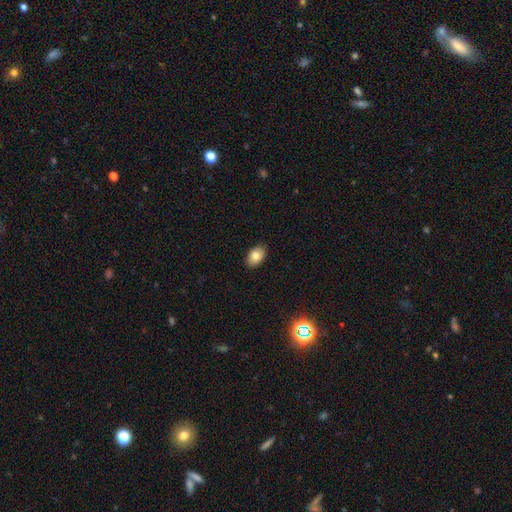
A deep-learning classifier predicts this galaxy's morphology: smooth-or-featured: smooth: 81% | featured or disk: 10% | star or artifact: 8%
  how-rounded: in between: 88% | round: 11% | cigar-shaped: 1%
  merging: none: 89% | minor disturbance: 9% | major disturbance: 2% | merger: 1%